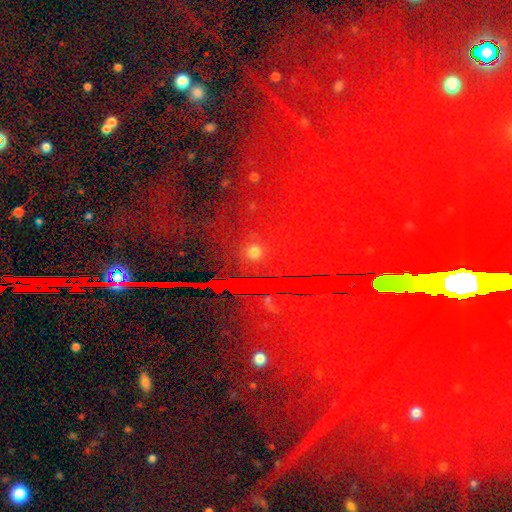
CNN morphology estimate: smooth-or-featured: star or artifact: 85% | featured or disk: 9% | smooth: 6%